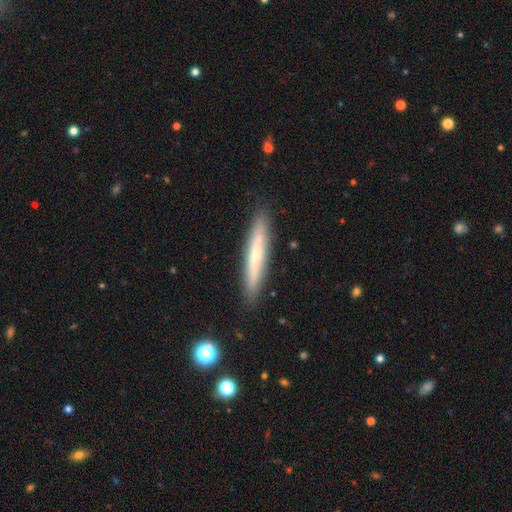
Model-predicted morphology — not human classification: Smooth or featured? smooth (49%)
Merging? none (89%)